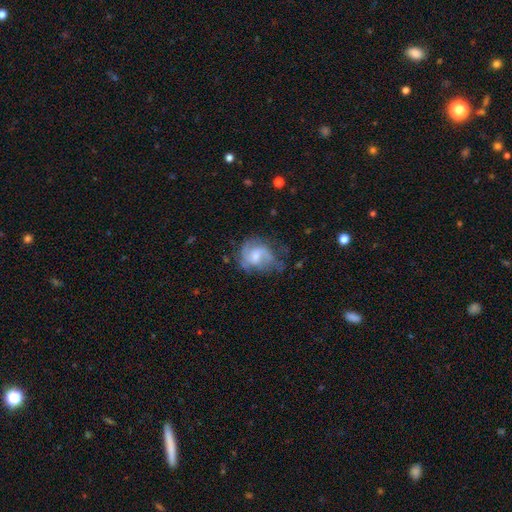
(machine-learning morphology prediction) featured or disk 60%, smooth 32%, star or artifact 8%. Down the decision tree: edge-on disk — no (97%); bar — no (52%); spiral arms — yes (76%); bulge size — moderate (46%); merging — none (40%).